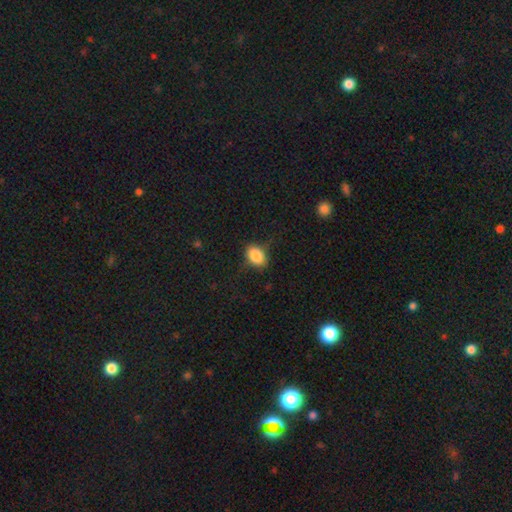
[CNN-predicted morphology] smooth_or_featured: smooth (p=0.85) [alt: star or artifact p=0.09]
how_rounded: in between (p=0.74) [alt: round p=0.25]
merging: none (p=0.76) [alt: minor disturbance p=0.17]